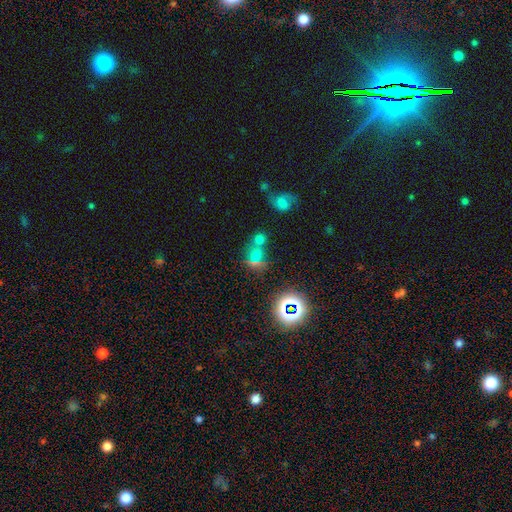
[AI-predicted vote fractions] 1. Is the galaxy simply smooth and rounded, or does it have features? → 47% smooth, 41% star or artifact, 12% featured or disk.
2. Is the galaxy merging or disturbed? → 44% none, 39% merger, 10% minor disturbance, 7% major disturbance.